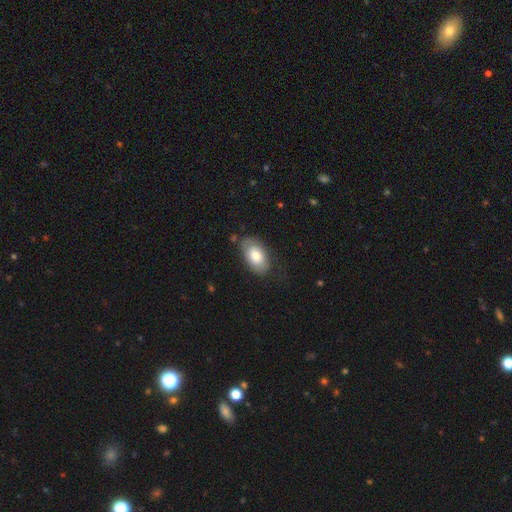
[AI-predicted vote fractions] This is likely a smooth galaxy (75%). How rounded: clearly in between (93%). Merging: likely none (73%).